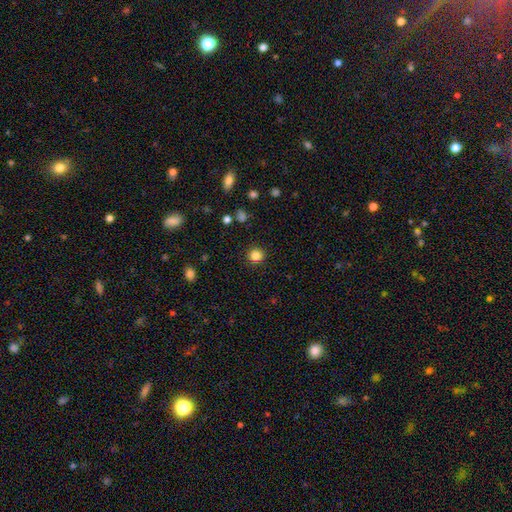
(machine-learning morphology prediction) smooth_or_featured: smooth (p=0.84) [alt: star or artifact p=0.12]
how_rounded: round (p=0.90) [alt: in between p=0.09]
merging: none (p=0.90) [alt: minor disturbance p=0.06]